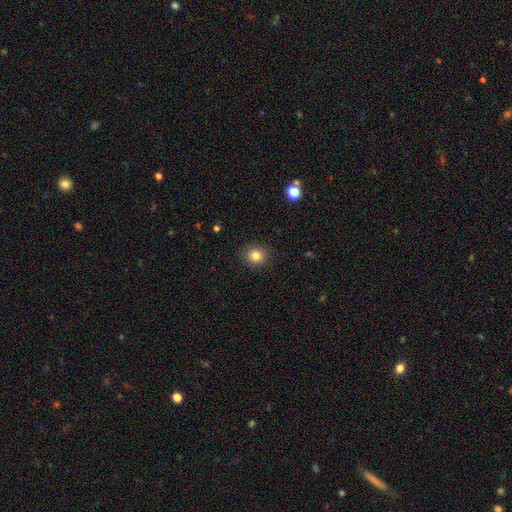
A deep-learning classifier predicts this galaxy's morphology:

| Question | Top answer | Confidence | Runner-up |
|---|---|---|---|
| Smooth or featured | smooth | 83% | star or artifact (11%) |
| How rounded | round | 79% | in between (20%) |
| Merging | none | 90% | minor disturbance (7%) |